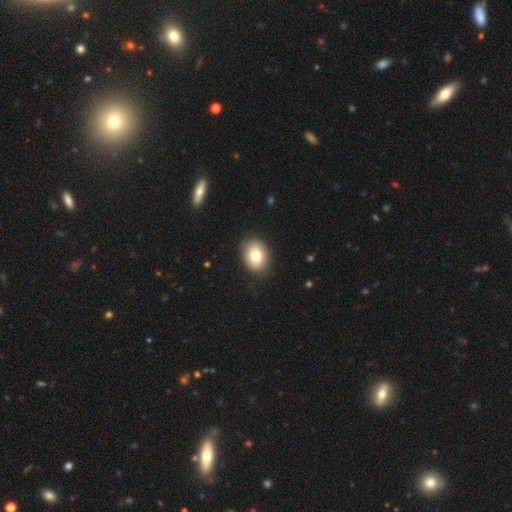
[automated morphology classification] Smooth or featured?
  - smooth: 78% *
  - featured or disk: 13%
  - star or artifact: 9%
How rounded?
  - in between: 62% *
  - round: 37%
  - cigar-shaped: 1%
Merging?
  - none: 86% *
  - minor disturbance: 10%
  - major disturbance: 2%
  - merger: 1%